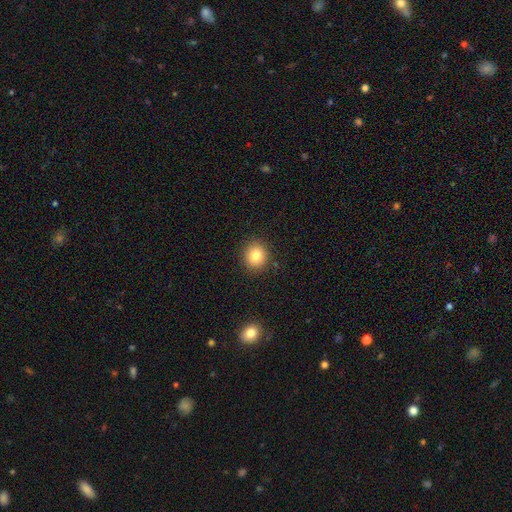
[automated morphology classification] smooth-or-featured: smooth: 81% | star or artifact: 11% | featured or disk: 8%
  how-rounded: round: 86% | in between: 13% | cigar-shaped: 1%
  merging: none: 90% | minor disturbance: 7% | major disturbance: 2% | merger: 1%